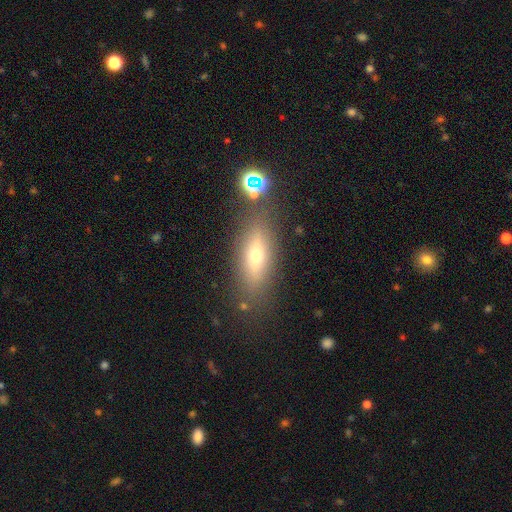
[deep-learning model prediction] smooth 55%, featured or disk 33%, star or artifact 12%. Down the decision tree: how rounded — in between (54%); merging — none (75%).